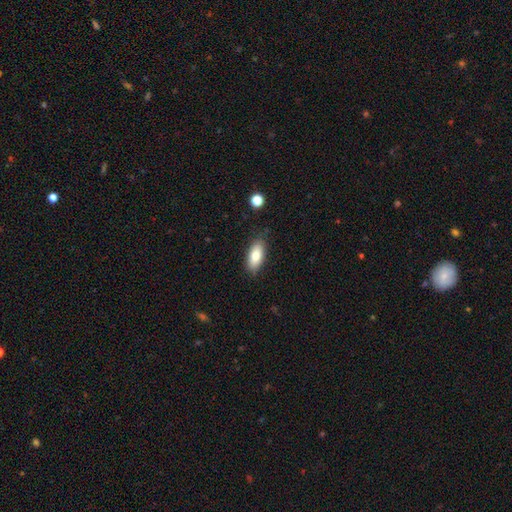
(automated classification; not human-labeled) A smooth galaxy with no disk features (81%) that is in between round and cigar-shaped (84%). Merging: none (83%).